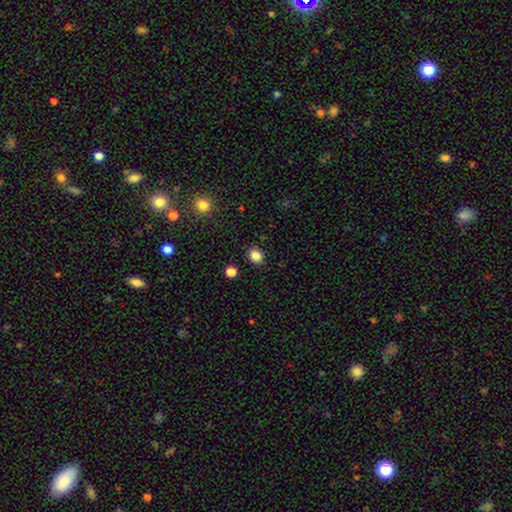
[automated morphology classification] This appears to be a smooth galaxy with no disk features (85%) that is round (67%). Merging: none (90%).